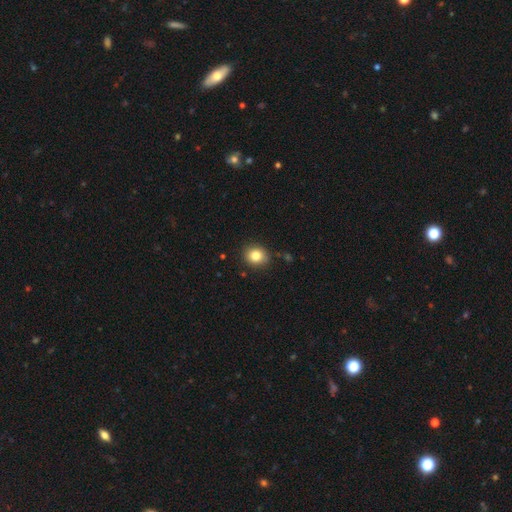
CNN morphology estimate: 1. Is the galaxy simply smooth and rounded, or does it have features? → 83% smooth, 10% star or artifact, 6% featured or disk.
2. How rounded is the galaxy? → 72% round, 27% in between, 1% cigar-shaped.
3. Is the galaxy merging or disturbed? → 85% none, 11% minor disturbance, 2% major disturbance, 2% merger.